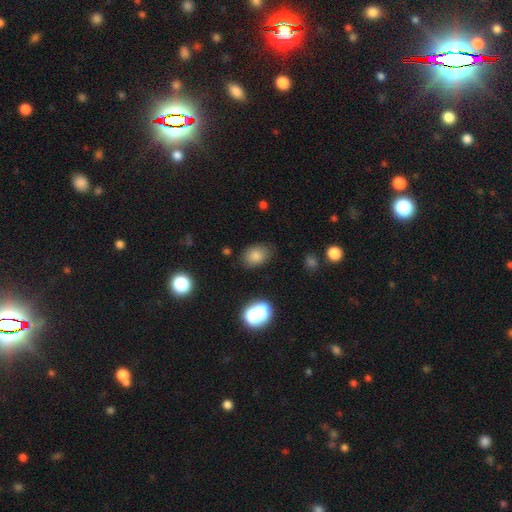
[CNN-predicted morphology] A smooth galaxy with no disk features (80%) that is in between round and cigar-shaped (70%). Merging: none (77%).